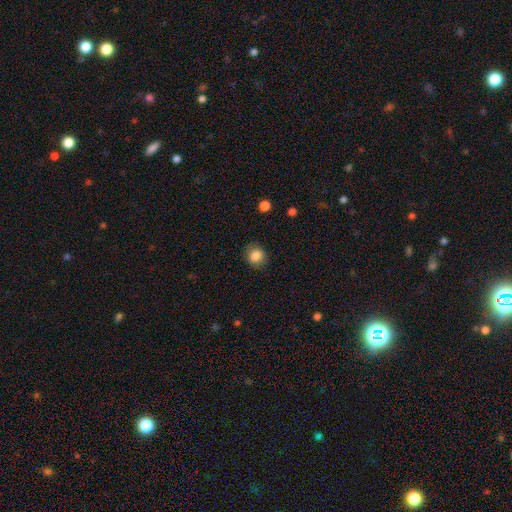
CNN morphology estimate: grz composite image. It shows a smooth galaxy with no disk features (84%) that is round (82%). Merging: none (83%).